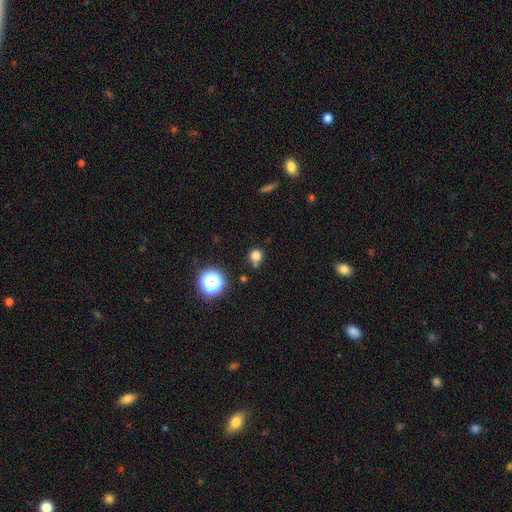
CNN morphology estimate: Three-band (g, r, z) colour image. It shows a smooth galaxy with no disk features (77%) that is round (83%). Merging: none (65%).